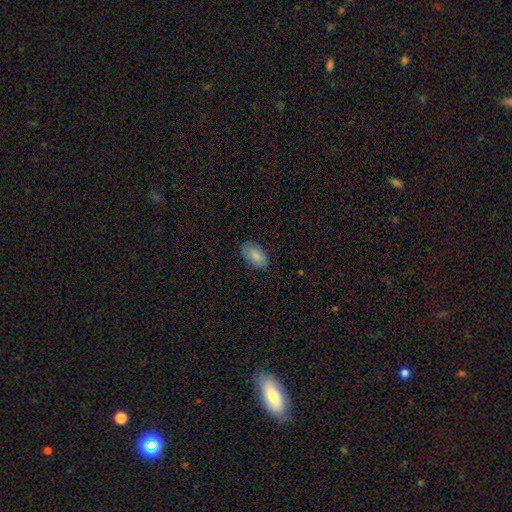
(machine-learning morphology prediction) smooth-or-featured: smooth: 85% | featured or disk: 8% | star or artifact: 6%
  how-rounded: in between: 94% | round: 3% | cigar-shaped: 2%
  merging: none: 82% | minor disturbance: 14% | major disturbance: 3% | merger: 1%